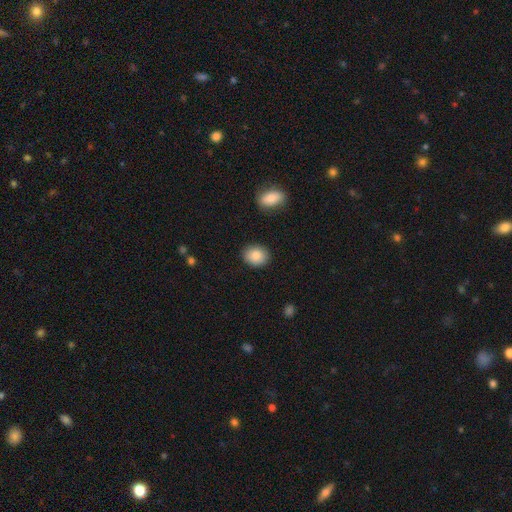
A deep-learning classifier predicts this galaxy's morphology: The model was most divided on "how rounded": round: 54%, in between: 45%, cigar-shaped: 1%. More confident: merging — none (88%); smooth or featured — smooth (88%).